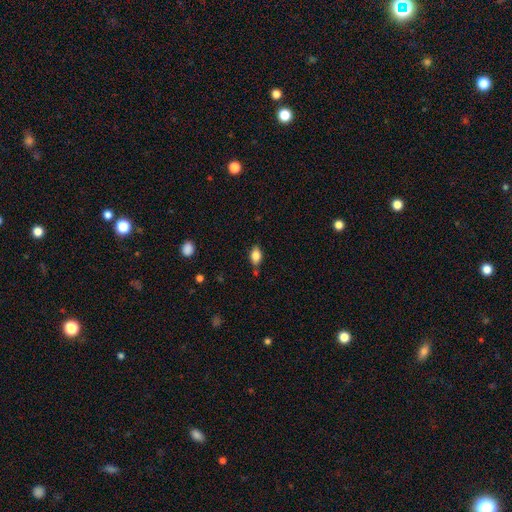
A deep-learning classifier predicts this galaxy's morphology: A smooth galaxy with no disk features (82%) that is in between round and cigar-shaped (86%).

Vote fractions:
- Smooth or featured? smooth: 82% / featured or disk: 10% / star or artifact: 8%
- How rounded? in between: 86% / round: 9% / cigar-shaped: 4%
- Merging? none: 74% / minor disturbance: 18% / merger: 5% / major disturbance: 4%